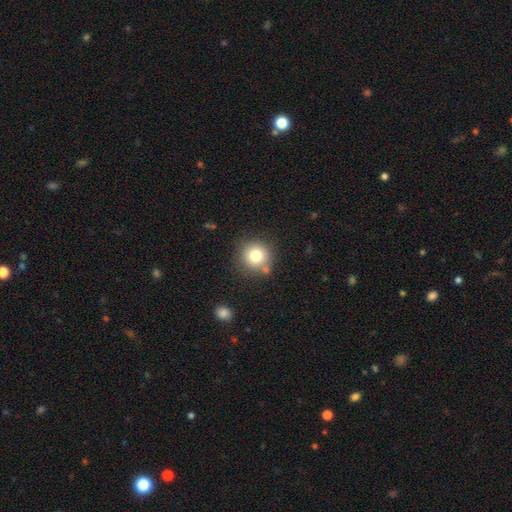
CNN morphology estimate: A smooth galaxy with no disk features (77%) that is round (93%). Merging: none (77%).